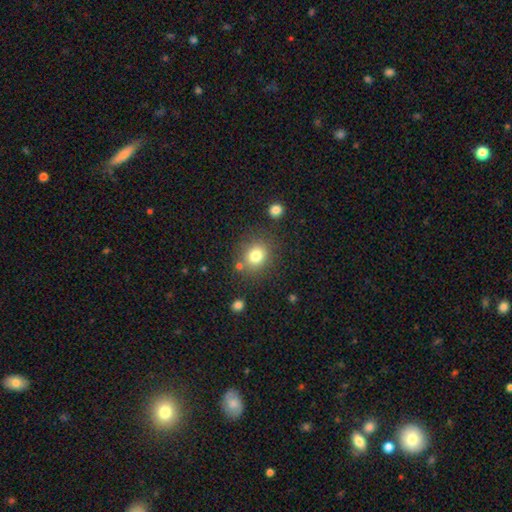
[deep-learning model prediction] smooth_or_featured: smooth (p=0.80) [alt: star or artifact p=0.12]
how_rounded: round (p=0.80) [alt: in between p=0.20]
merging: none (p=0.78) [alt: minor disturbance p=0.11]